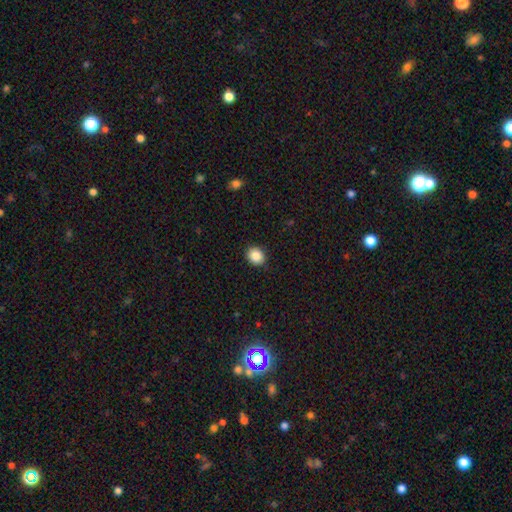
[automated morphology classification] Smooth or featured?
  - smooth: 87% *
  - star or artifact: 9%
  - featured or disk: 4%
How rounded?
  - round: 64% *
  - in between: 35%
  - cigar-shaped: 1%
Merging?
  - none: 90% *
  - minor disturbance: 7%
  - major disturbance: 2%
  - merger: 1%